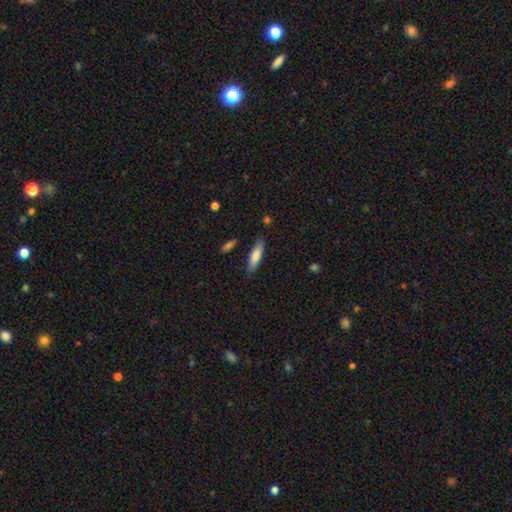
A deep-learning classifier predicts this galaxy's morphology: Smooth or featured? Predicted: smooth (p=0.78). How rounded? Predicted: cigar-shaped (p=0.63). Merging? Predicted: none (p=0.80).